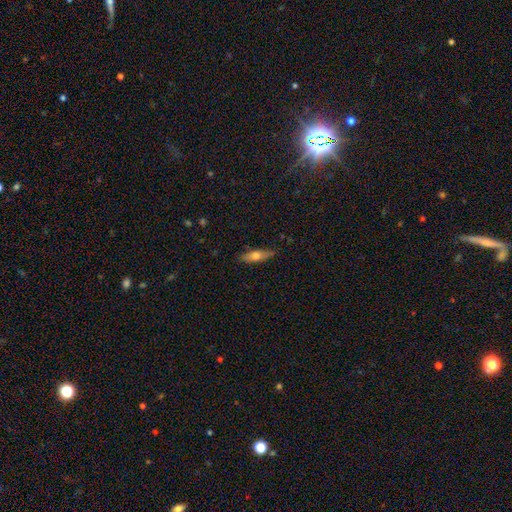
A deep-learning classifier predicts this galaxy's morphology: This appears to be a smooth galaxy with no disk features (55%) that is cigar-shaped (61%). Merging: none (85%).